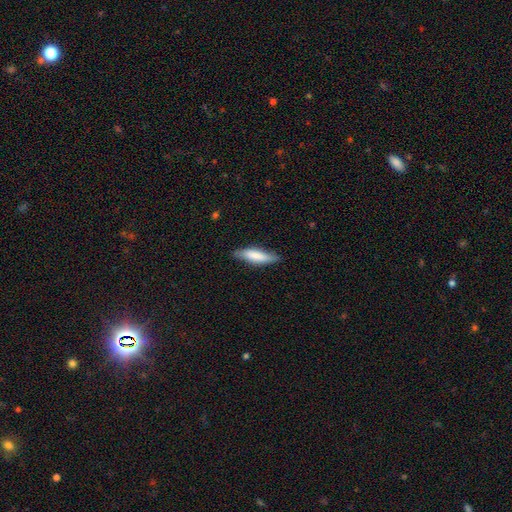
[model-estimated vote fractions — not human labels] Smooth or featured: smooth — 75% (featured or disk — 19%)
How rounded: cigar-shaped — 67% (in between — 32%)
Merging: none — 81% (minor disturbance — 16%)